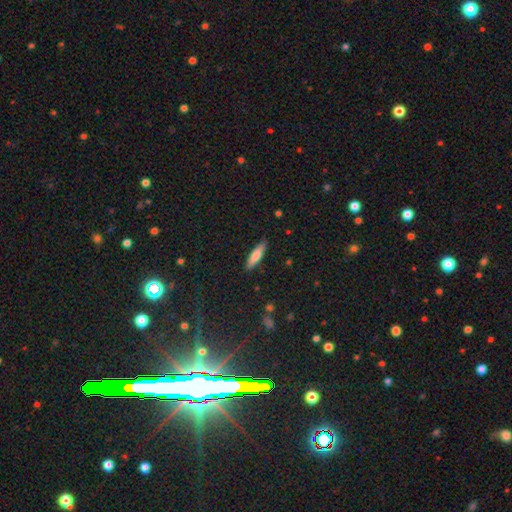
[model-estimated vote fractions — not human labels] Morphology: type=smooth (74%); roundness=cigar-shaped (74%); merging=none (88%).